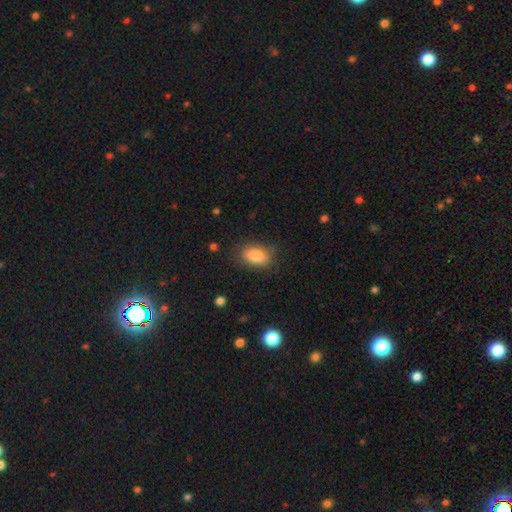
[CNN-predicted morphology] Overall: smooth (86%). How rounded: in between (88%). Merging: none (77%).